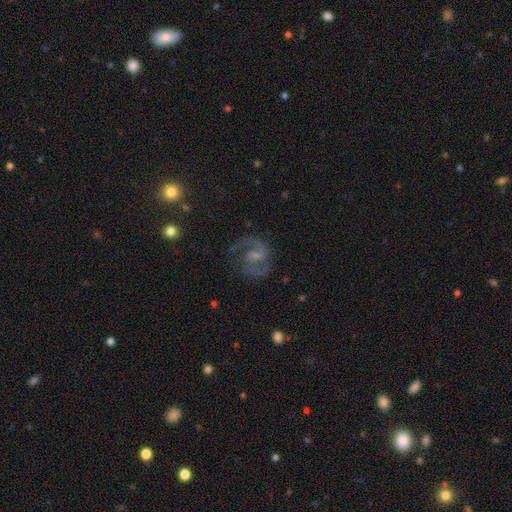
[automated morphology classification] Smooth or featured? Predicted: featured or disk (p=0.85). Edge-on disk? Predicted: no (p=0.98). Bar? Predicted: weak (p=0.56). Spiral arms? Predicted: yes (p=0.96). Spiral winding? Predicted: medium (p=0.61). Spiral arm count? Predicted: 2 (p=0.89). Bulge size? Predicted: small (p=0.43). Merging? Predicted: none (p=0.73).